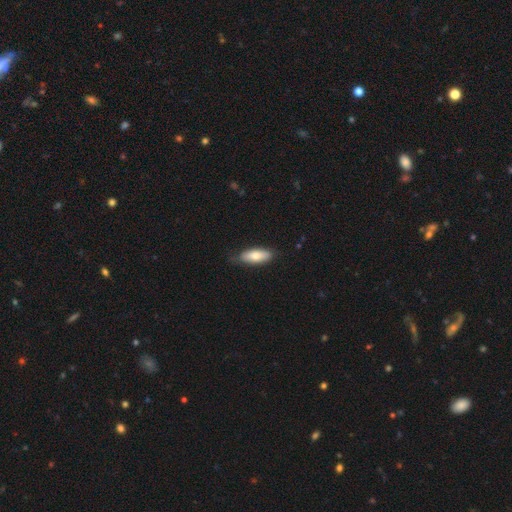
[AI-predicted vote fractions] The model was most divided on "how rounded": in between: 75%, cigar-shaped: 23%, round: 2%. More confident: merging — none (77%); smooth or featured — smooth (76%).